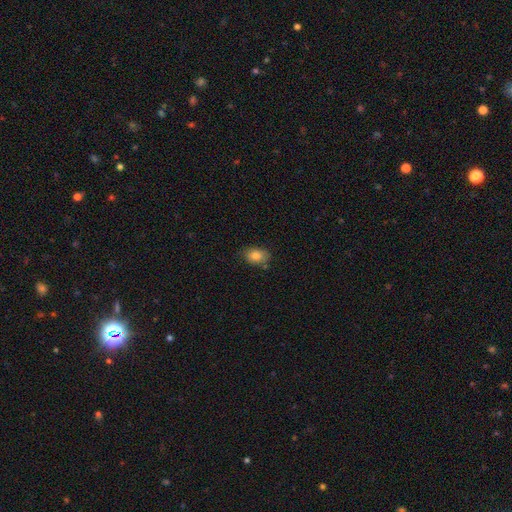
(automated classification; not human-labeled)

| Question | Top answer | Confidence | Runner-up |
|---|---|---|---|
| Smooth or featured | smooth | 82% | star or artifact (9%) |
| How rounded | in between | 76% | round (23%) |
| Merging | none | 75% | minor disturbance (18%) |